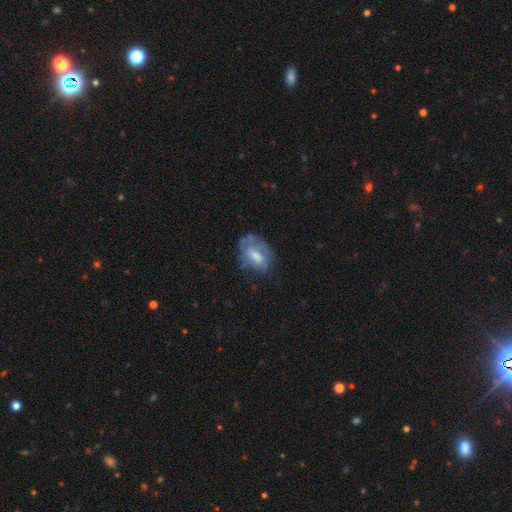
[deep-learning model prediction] featured or disk 46%, smooth 44%, star or artifact 10%. Down the decision tree: merging — none (53%).